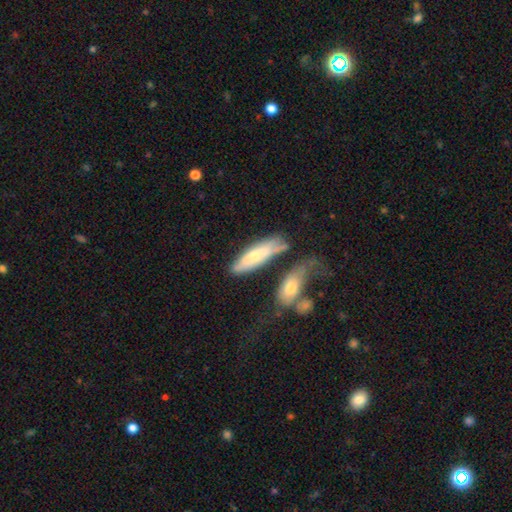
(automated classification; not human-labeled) smooth-or-featured: smooth: 58% | featured or disk: 36% | star or artifact: 6%
  how-rounded: cigar-shaped: 60% | in between: 38% | round: 2%
  merging: none: 50% | minor disturbance: 21% | merger: 18% | major disturbance: 10%